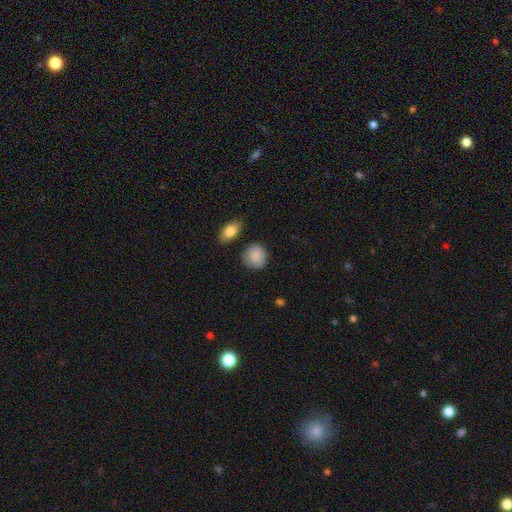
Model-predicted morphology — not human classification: Smooth or featured: smooth — 88% (star or artifact — 7%)
How rounded: round — 78% (in between — 21%)
Merging: none — 77% (minor disturbance — 16%)